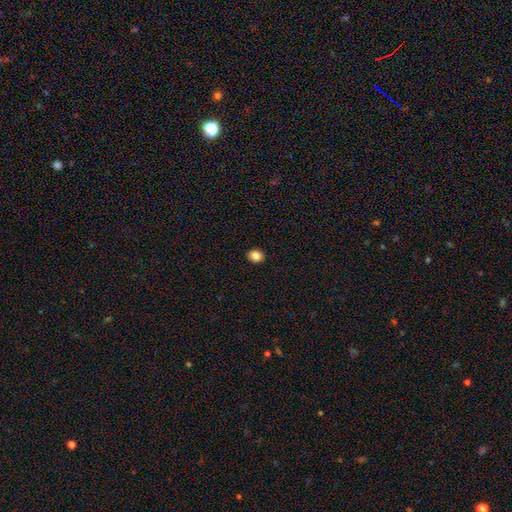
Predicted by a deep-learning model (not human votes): A smooth galaxy with no disk features (84%) that is round (53%). Merging: none (91%).